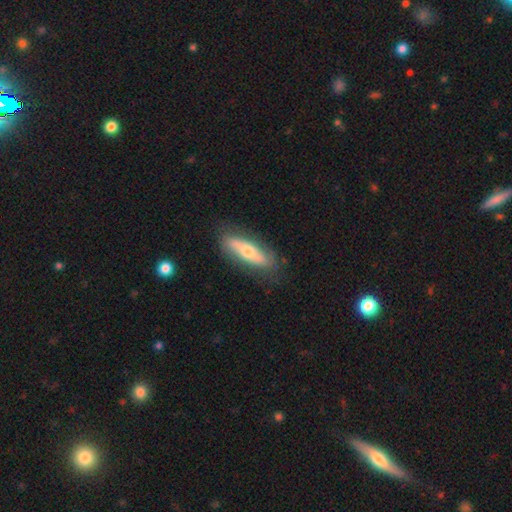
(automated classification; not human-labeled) The model was most divided on "edge-on disk": yes: 53%, no: 47%. More confident: merging — none (80%); smooth or featured — featured or disk (51%).